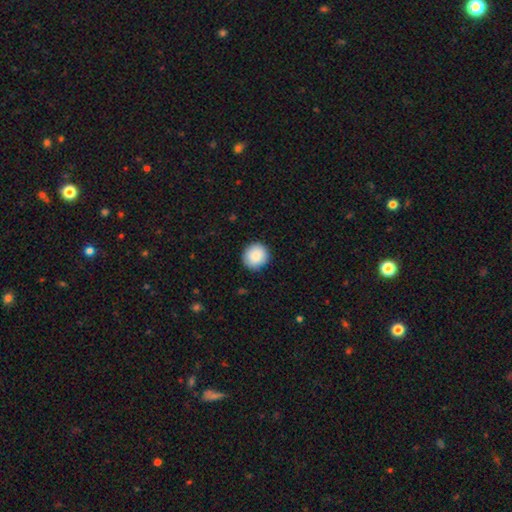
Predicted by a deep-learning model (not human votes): This appears to be a smooth galaxy with no disk features (89%) that is round (91%). Merging: none (90%).